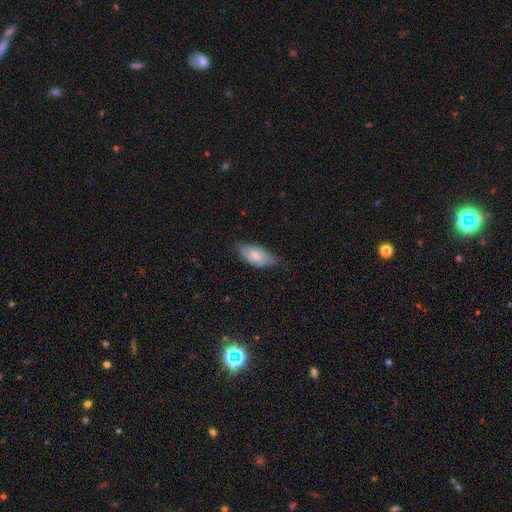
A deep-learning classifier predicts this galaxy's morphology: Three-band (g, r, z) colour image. It shows a smooth galaxy with no disk features (74%) that is in between round and cigar-shaped (90%). Merging: none (56%).